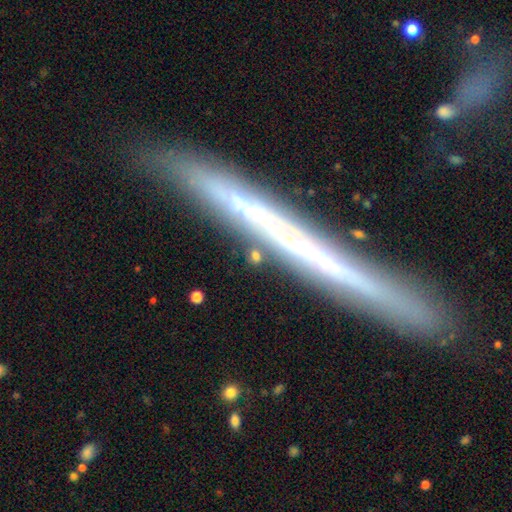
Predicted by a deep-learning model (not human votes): Smooth or featured?
  - featured or disk: 37% *
  - smooth: 35%
  - star or artifact: 27%
Merging?
  - none: 80% *
  - minor disturbance: 11%
  - merger: 5%
  - major disturbance: 4%